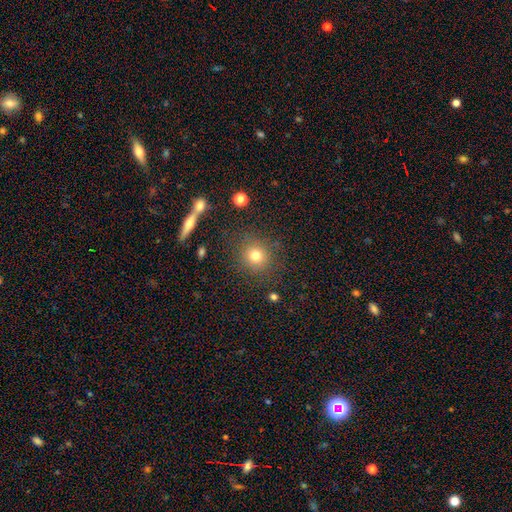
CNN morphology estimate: Smooth or featured?
  - smooth: 76% *
  - star or artifact: 15%
  - featured or disk: 9%
How rounded?
  - round: 89% *
  - in between: 9%
  - cigar-shaped: 1%
Merging?
  - none: 85% *
  - minor disturbance: 9%
  - major disturbance: 4%
  - merger: 3%